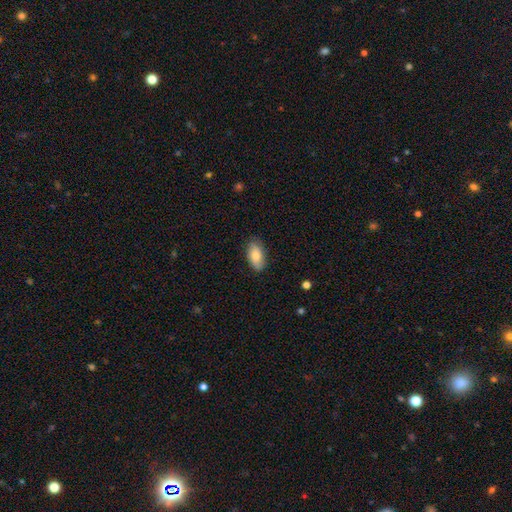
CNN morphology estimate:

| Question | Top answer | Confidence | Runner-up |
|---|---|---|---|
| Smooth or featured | smooth | 81% | featured or disk (13%) |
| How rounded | in between | 92% | cigar-shaped (5%) |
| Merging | none | 83% | minor disturbance (13%) |